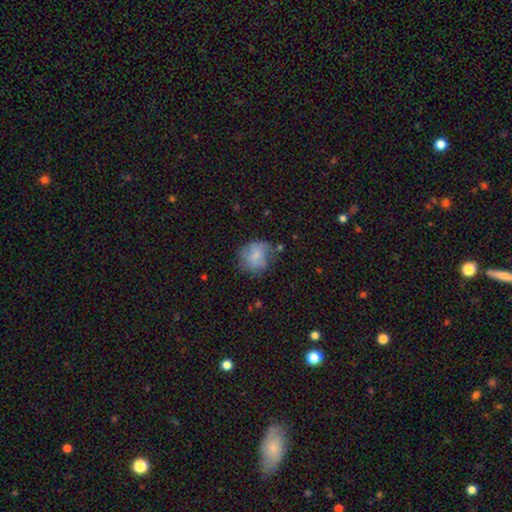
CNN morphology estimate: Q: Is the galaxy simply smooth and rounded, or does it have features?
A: smooth — 68%.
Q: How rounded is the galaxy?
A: round — 73%.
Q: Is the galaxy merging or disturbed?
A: none — 54%.